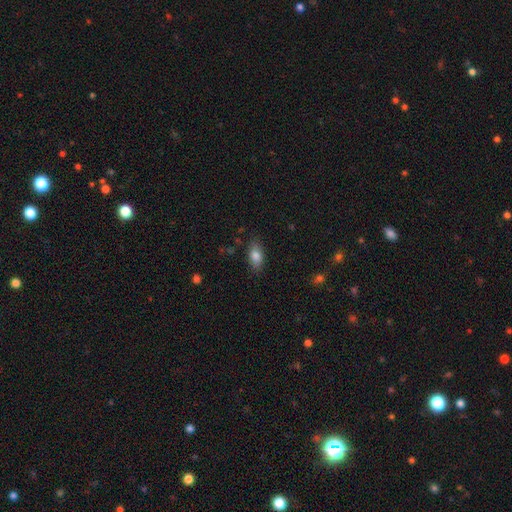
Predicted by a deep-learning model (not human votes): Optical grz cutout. It shows a smooth galaxy with no disk features (82%) that is in between round and cigar-shaped (87%). Merging: none (83%).